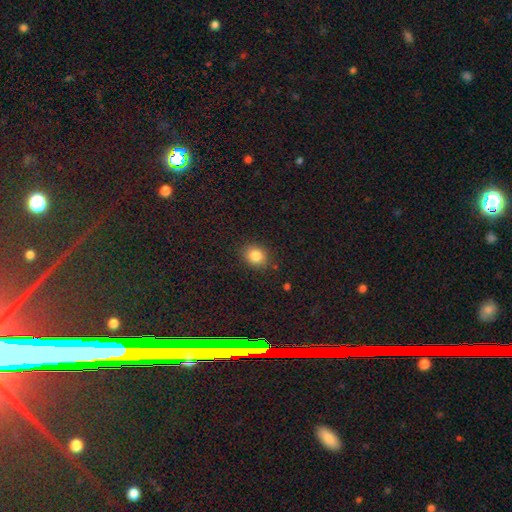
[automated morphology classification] Smooth or featured? smooth (84%)
How rounded? round (61%)
Merging? none (86%)